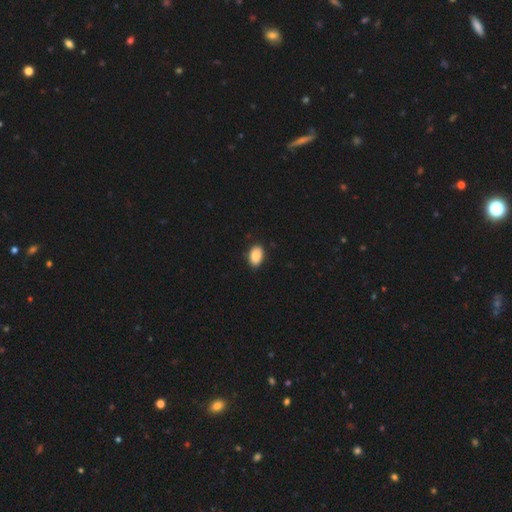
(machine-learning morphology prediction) The model was most divided on "merging": none: 87%, minor disturbance: 10%, major disturbance: 2%, merger: 1%. More confident: smooth or featured — smooth (89%); how rounded — in between (88%).